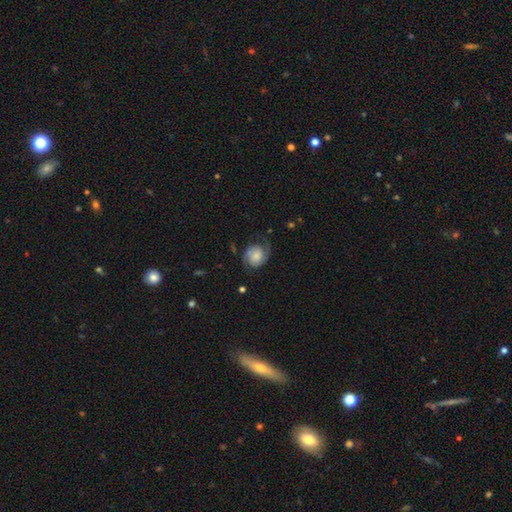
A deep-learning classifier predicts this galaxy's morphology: Smooth or featured? featured or disk (62%)
Edge-on disk? no (98%)
Bar? no (72%)
Spiral arms? yes (93%)
Spiral winding? medium (40%)
Spiral arm count? 2 (82%)
Bulge size? moderate (28%)
Merging? none (62%)